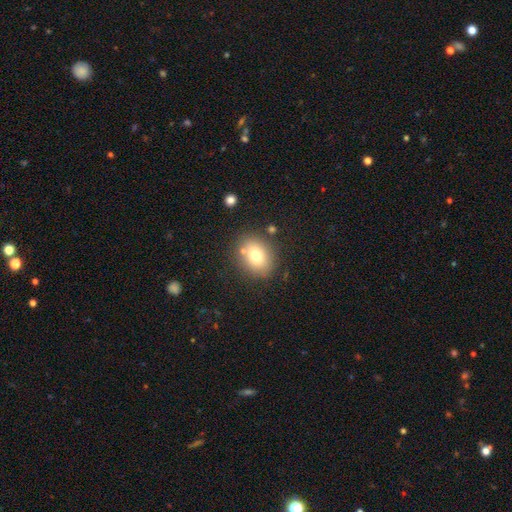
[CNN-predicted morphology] Smooth or featured? Predicted: smooth (p=0.74). How rounded? Predicted: round (p=0.51). Merging? Predicted: none (p=0.79).